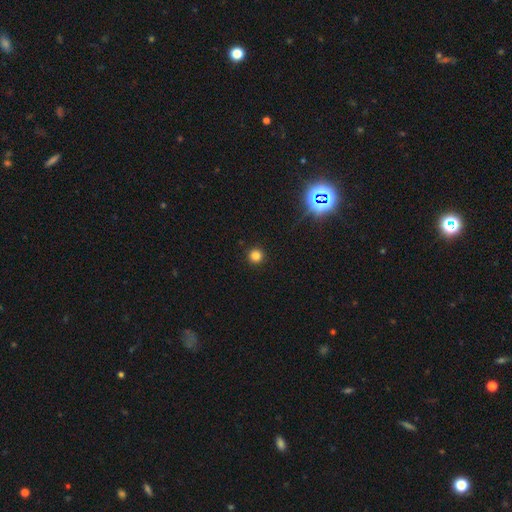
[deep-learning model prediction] smooth 82%, star or artifact 14%, featured or disk 4%. Down the decision tree: how rounded — round (96%); merging — none (93%).